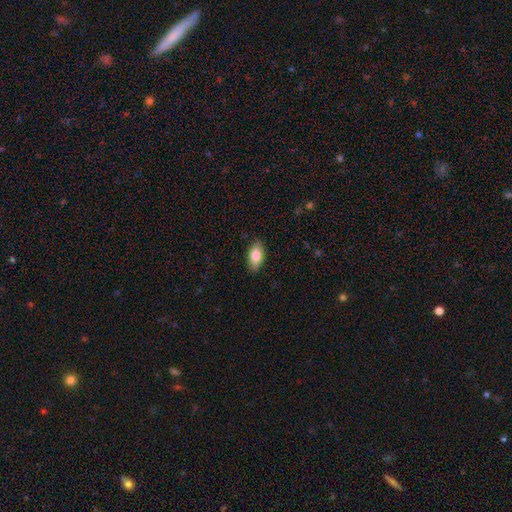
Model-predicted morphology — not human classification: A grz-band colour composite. It shows a smooth galaxy with no disk features (82%) that is in between round and cigar-shaped (91%). Merging: none (88%).